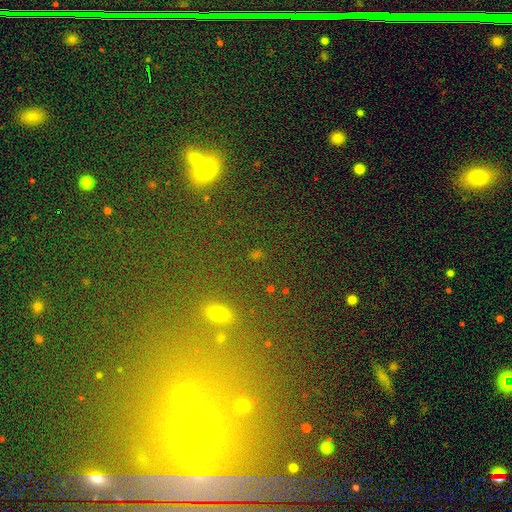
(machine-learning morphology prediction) The model was most divided on "smooth or featured": smooth: 46%, star or artifact: 42%, featured or disk: 12%. More confident: merging — none (71%).